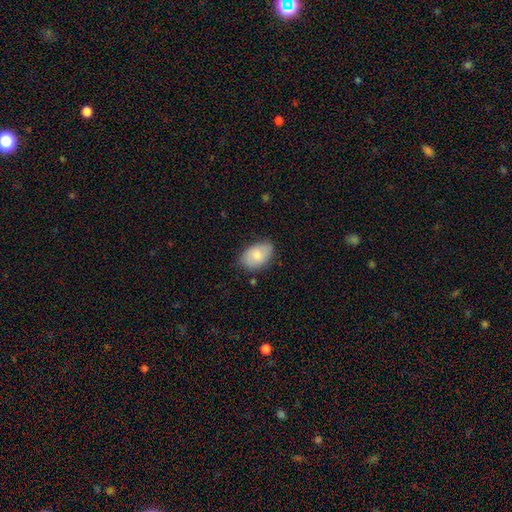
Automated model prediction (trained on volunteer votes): Q: Smooth or featured?
A: smooth (79%); runner-up: featured or disk (15%)
Q: How rounded?
A: in between (90%); runner-up: round (8%)
Q: Merging?
A: none (73%); runner-up: minor disturbance (22%)